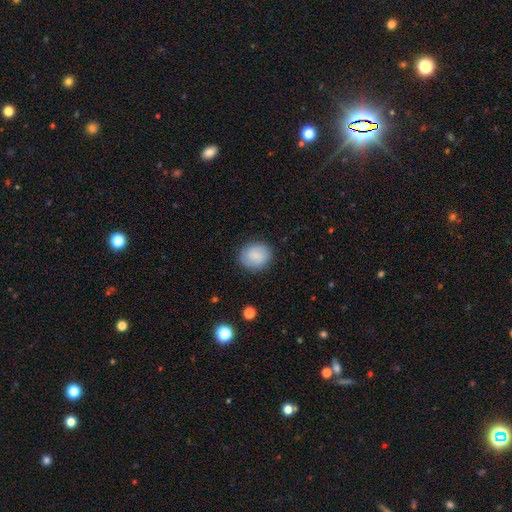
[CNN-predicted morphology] Q: Smooth or featured?
A: smooth (85%); runner-up: featured or disk (8%)
Q: How rounded?
A: round (68%); runner-up: in between (31%)
Q: Merging?
A: none (85%); runner-up: minor disturbance (11%)